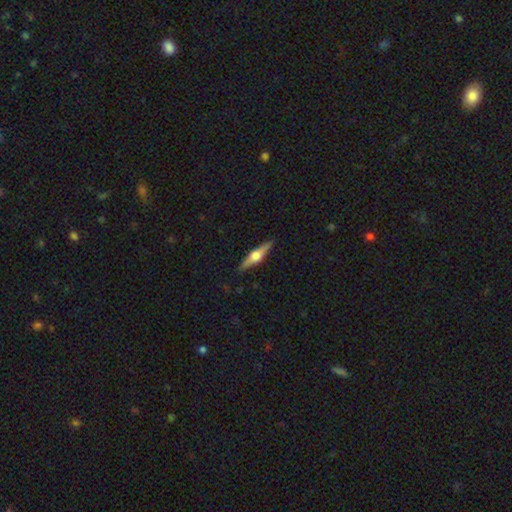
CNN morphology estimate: Smooth or featured?
  - featured or disk: 72% *
  - smooth: 23%
  - star or artifact: 6%
Edge-on disk?
  - yes: 98% *
  - no: 2%
Edge-on bulge?
  - rounded: 93% *
  - boxy: 5%
  - none: 2%
Merging?
  - none: 90% *
  - minor disturbance: 7%
  - major disturbance: 2%
  - merger: 1%